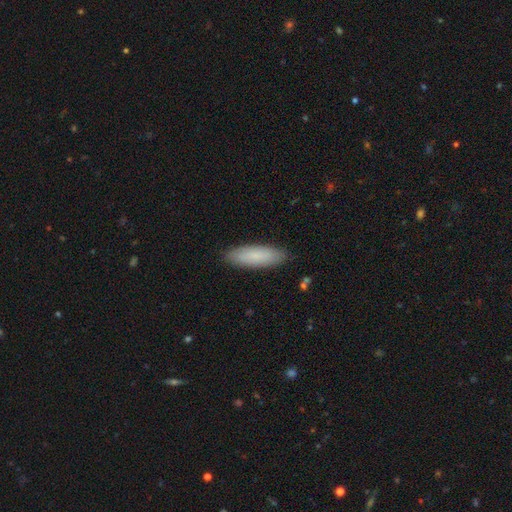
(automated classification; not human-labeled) Overall: smooth (82%). How rounded: cigar-shaped (50%; in between 49%). Merging: none (88%).